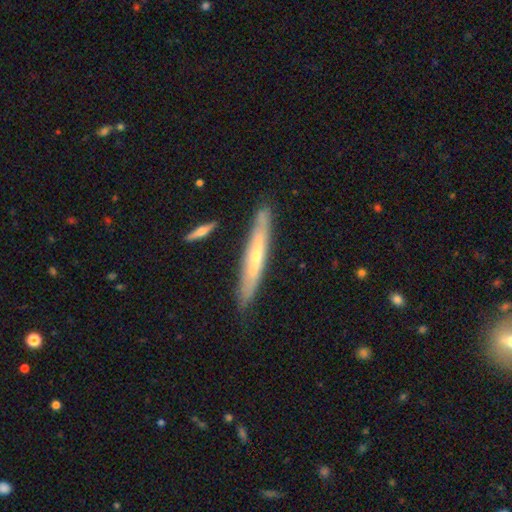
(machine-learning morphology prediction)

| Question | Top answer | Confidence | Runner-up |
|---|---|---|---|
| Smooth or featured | featured or disk | 61% | smooth (33%) |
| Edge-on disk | yes | 84% | no (16%) |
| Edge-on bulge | rounded | 58% | none (37%) |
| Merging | none | 82% | minor disturbance (13%) |